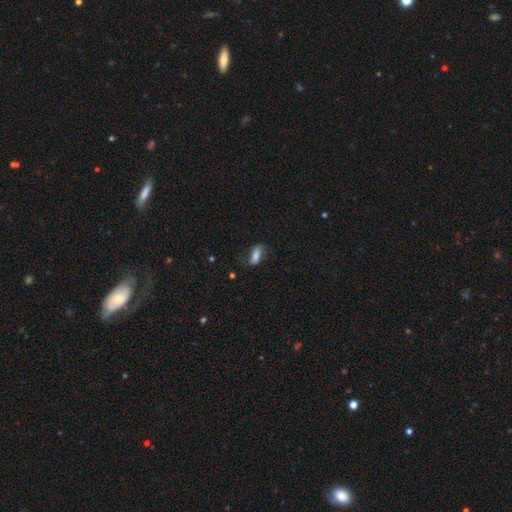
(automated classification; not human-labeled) This appears to be a smooth galaxy with no disk features (69%) that is in between round and cigar-shaped (78%). Merging: none (64%).